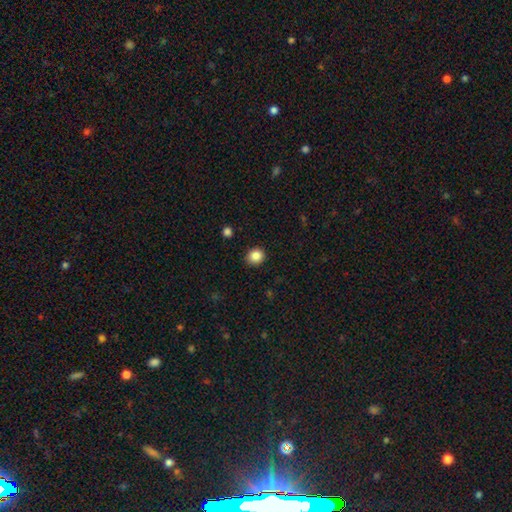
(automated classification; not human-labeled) Smooth or featured?
  - smooth: 86% *
  - star or artifact: 10%
  - featured or disk: 4%
How rounded?
  - round: 80% *
  - in between: 19%
  - cigar-shaped: 1%
Merging?
  - none: 91% *
  - minor disturbance: 6%
  - major disturbance: 2%
  - merger: 1%